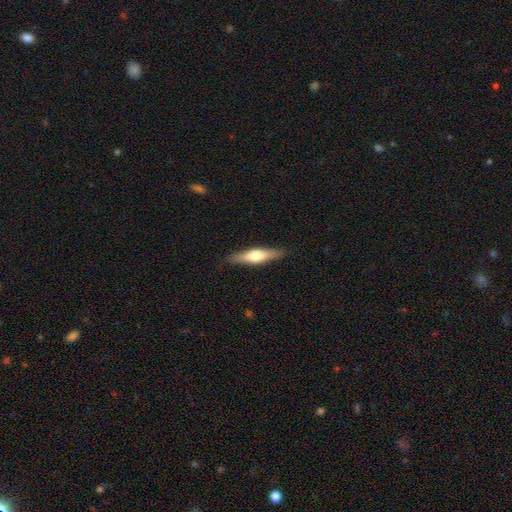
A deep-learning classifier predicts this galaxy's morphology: featured or disk 50%, smooth 45%, star or artifact 6%. Down the decision tree: merging — none (89%).